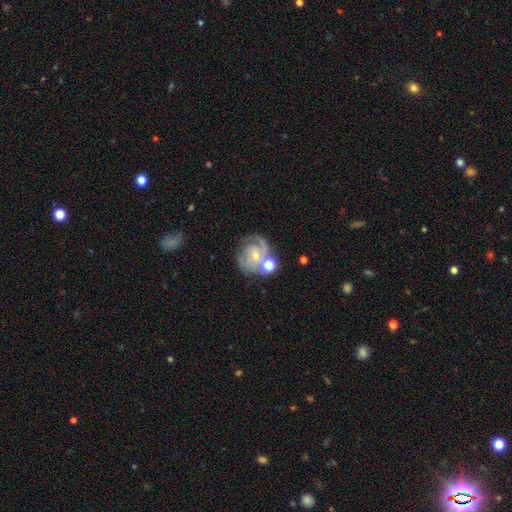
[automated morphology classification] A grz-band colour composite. It shows a featured or disk galaxy (76%) with no bar (60%), 2 (45%) tight (52%) spiral arms (93%) and a small central bulge (63%). Merging: none (54%).